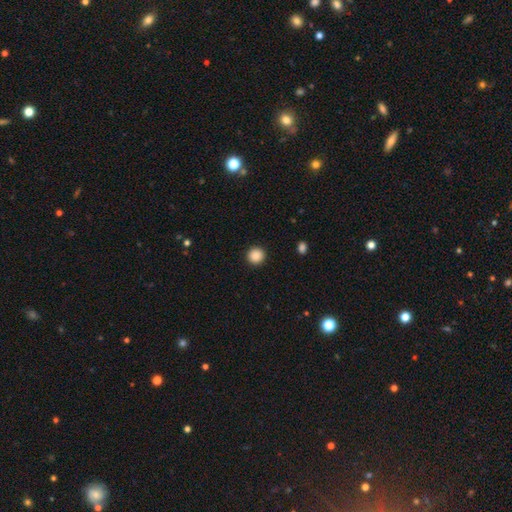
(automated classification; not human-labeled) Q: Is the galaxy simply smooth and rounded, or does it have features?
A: smooth — 88%.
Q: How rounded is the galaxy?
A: round — 95%.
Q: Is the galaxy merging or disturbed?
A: none — 93%.